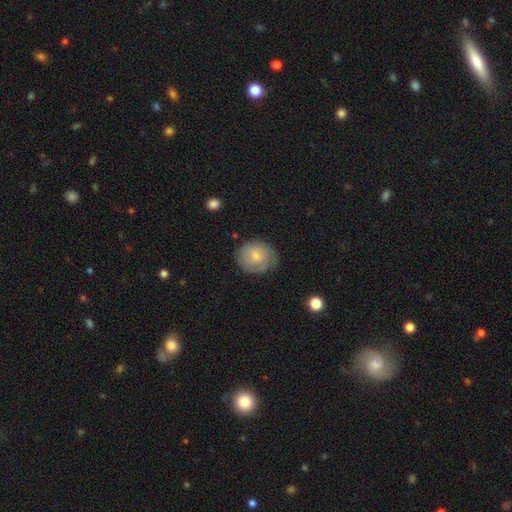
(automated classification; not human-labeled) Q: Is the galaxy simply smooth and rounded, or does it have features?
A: smooth — 62%.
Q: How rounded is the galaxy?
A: round — 77%.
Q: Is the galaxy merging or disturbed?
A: none — 67%.